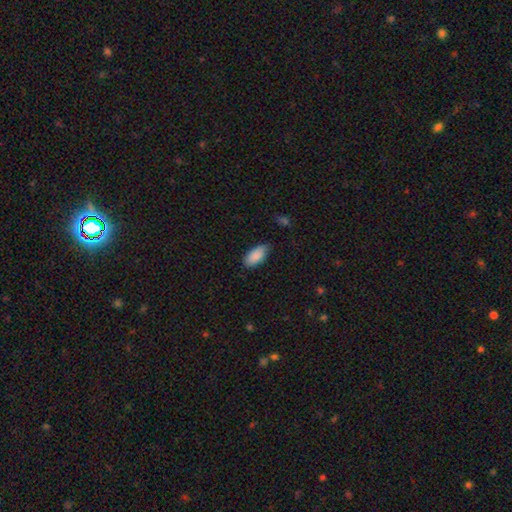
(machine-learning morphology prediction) Smooth or featured?
  - smooth: 89% *
  - star or artifact: 6%
  - featured or disk: 5%
How rounded?
  - in between: 93% *
  - cigar-shaped: 5%
  - round: 2%
Merging?
  - none: 75% *
  - minor disturbance: 21%
  - major disturbance: 3%
  - merger: 1%